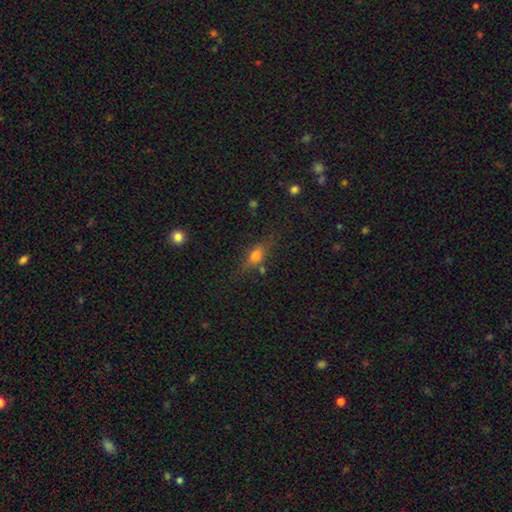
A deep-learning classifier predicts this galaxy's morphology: Q: Smooth or featured?
A: smooth (63%); runner-up: featured or disk (25%)
Q: How rounded?
A: in between (63%); runner-up: cigar-shaped (25%)
Q: Merging?
A: none (70%); runner-up: minor disturbance (18%)